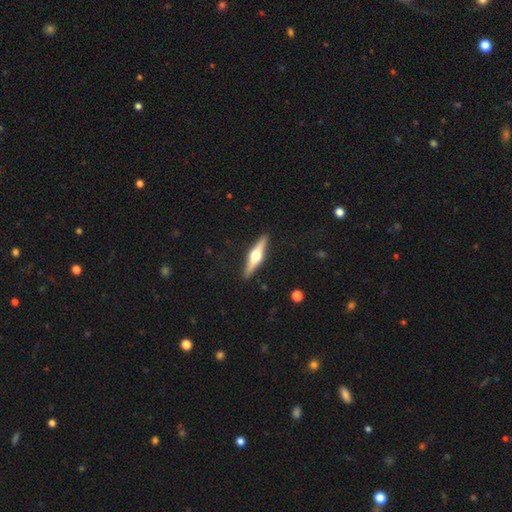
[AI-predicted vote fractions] This is likely a featured or disk galaxy (74%). It is clearly viewed edge-on (98%). Edge-on bulge: clearly rounded (96%). Merging: clearly none (91%).